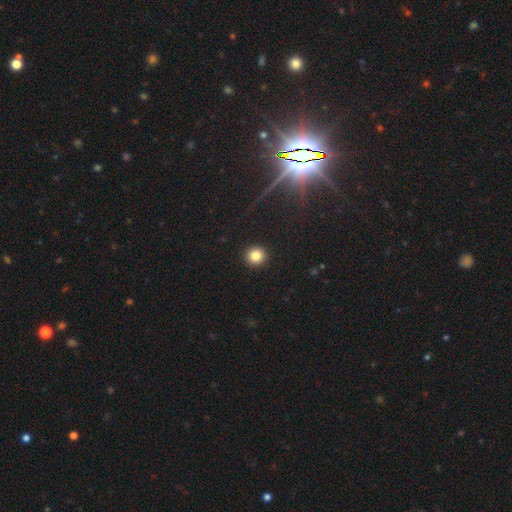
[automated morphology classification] Overall: smooth (83%). How rounded: round (92%). Merging: none (93%).